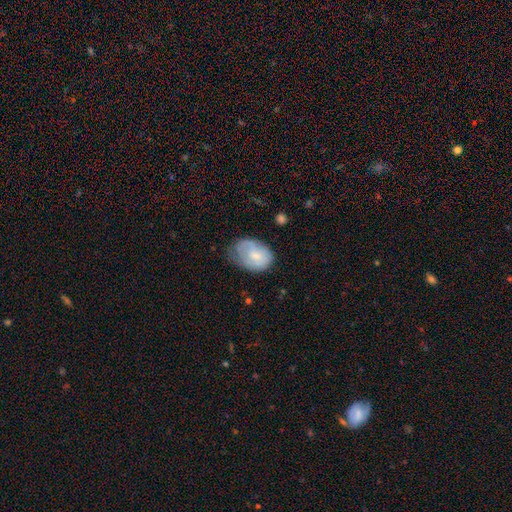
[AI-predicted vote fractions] Smooth or featured?
  - smooth: 63% *
  - featured or disk: 30%
  - star or artifact: 7%
How rounded?
  - in between: 74% *
  - round: 25%
  - cigar-shaped: 1%
Merging?
  - none: 41% *
  - minor disturbance: 40%
  - major disturbance: 18%
  - merger: 2%